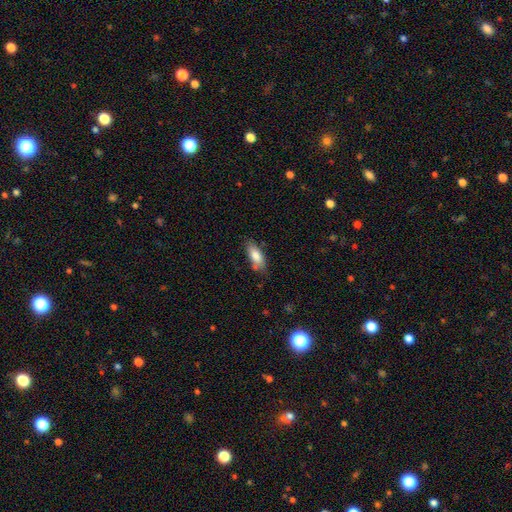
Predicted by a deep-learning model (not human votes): This appears to be a smooth galaxy with no disk features (80%) that is in between round and cigar-shaped (77%). Merging: none (72%).